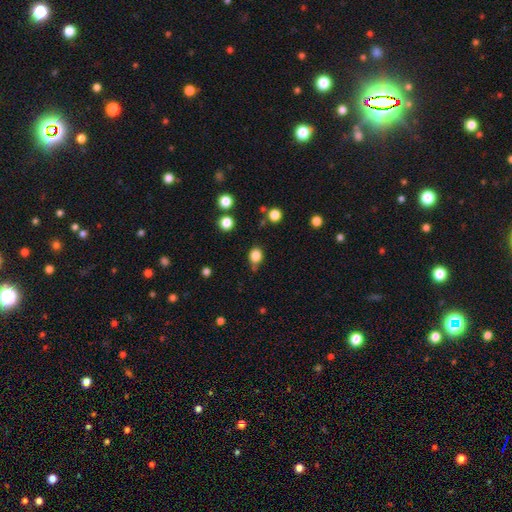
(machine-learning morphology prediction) A smooth galaxy with no disk features (83%) that is round (55%).

Vote fractions:
- Smooth or featured? smooth: 83% / star or artifact: 12% / featured or disk: 5%
- How rounded? round: 55% / in between: 44% / cigar-shaped: 1%
- Merging? none: 70% / minor disturbance: 20% / merger: 5% / major disturbance: 5%